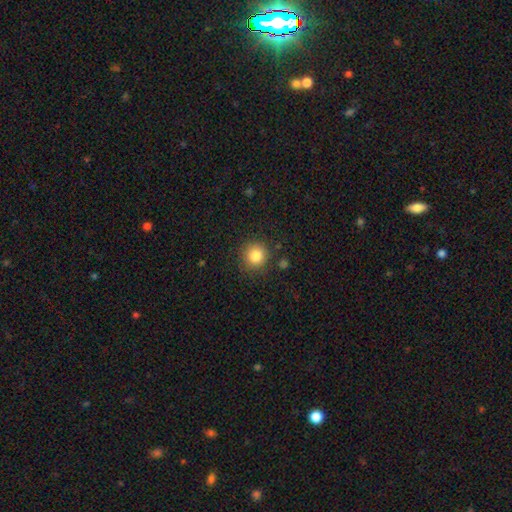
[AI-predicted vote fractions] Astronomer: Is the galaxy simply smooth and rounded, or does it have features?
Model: smooth — 84%.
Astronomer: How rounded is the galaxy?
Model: round — 93%.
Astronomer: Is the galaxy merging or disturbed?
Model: none — 87%.